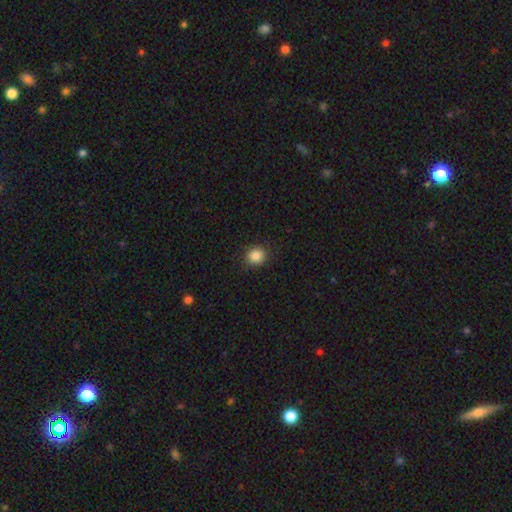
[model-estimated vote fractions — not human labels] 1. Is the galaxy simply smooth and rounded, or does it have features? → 87% smooth, 9% star or artifact, 3% featured or disk.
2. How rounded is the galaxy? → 76% round, 23% in between, 1% cigar-shaped.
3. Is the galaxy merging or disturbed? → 88% none, 9% minor disturbance, 2% major disturbance, 1% merger.